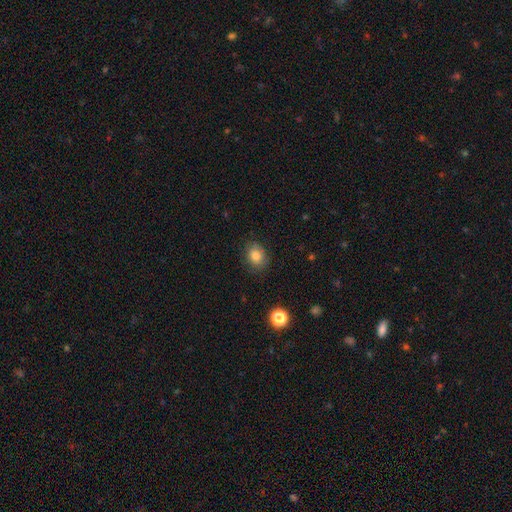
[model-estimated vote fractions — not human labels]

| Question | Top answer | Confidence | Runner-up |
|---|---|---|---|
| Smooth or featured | smooth | 82% | star or artifact (11%) |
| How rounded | round | 53% | in between (46%) |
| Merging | none | 82% | minor disturbance (13%) |